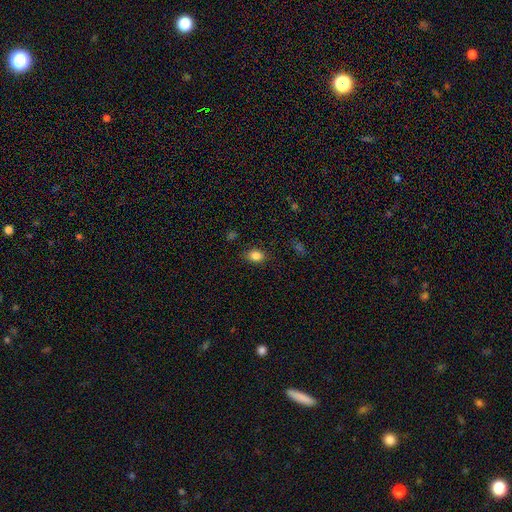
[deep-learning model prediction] Smooth or featured? Predicted: smooth (p=0.84). How rounded? Predicted: in between (p=0.68). Merging? Predicted: none (p=0.85).